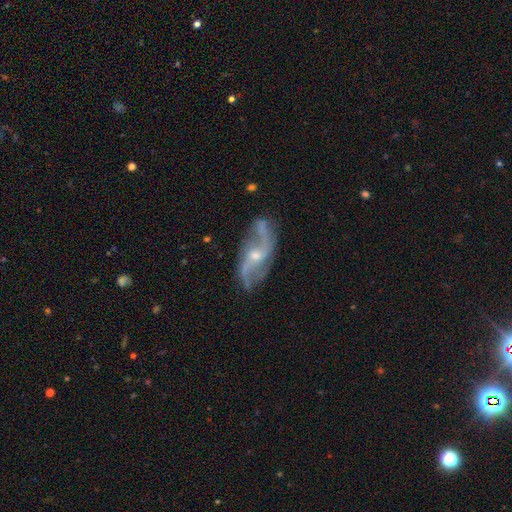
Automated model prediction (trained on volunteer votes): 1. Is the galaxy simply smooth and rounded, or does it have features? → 88% featured or disk, 6% star or artifact, 6% smooth.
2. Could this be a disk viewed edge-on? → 94% no, 6% yes.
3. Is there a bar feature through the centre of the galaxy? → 45% no, 42% weak, 13% strong.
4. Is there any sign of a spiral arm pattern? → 96% yes, 4% no.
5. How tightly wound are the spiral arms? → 69% loose, 24% medium, 7% tight.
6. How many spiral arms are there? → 86% 2, 4% can't tell, 4% 3, 2% 1, 2% 4, 2% more than 4.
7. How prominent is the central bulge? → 51% small, 44% moderate, 2% none, 2% large, 1% dominant.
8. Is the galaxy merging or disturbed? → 74% none, 17% minor disturbance, 7% major disturbance, 2% merger.